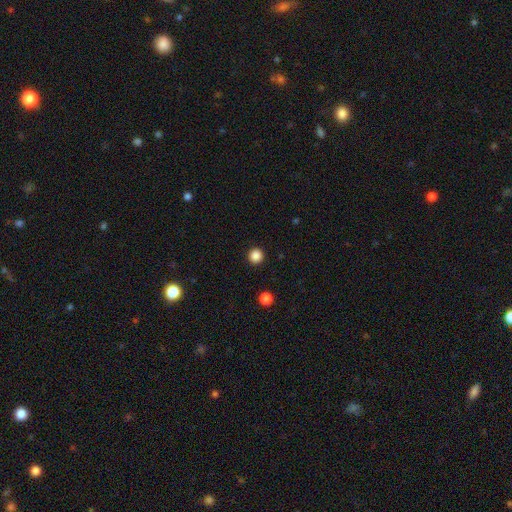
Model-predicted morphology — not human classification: A smooth galaxy with no disk features (86%) that is round (96%).

Vote fractions:
- Smooth or featured? smooth: 86% / star or artifact: 11% / featured or disk: 3%
- How rounded? round: 96% / in between: 3% / cigar-shaped: 1%
- Merging? none: 93% / minor disturbance: 4% / major disturbance: 2% / merger: 1%